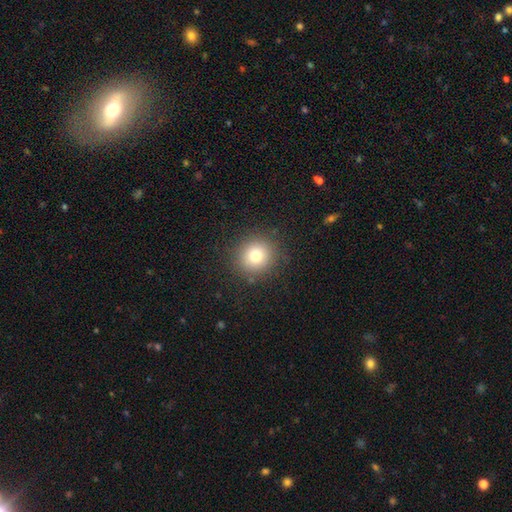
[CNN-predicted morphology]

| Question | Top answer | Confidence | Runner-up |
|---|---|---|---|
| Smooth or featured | smooth | 76% | star or artifact (13%) |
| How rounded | round | 91% | in between (8%) |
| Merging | none | 88% | minor disturbance (7%) |